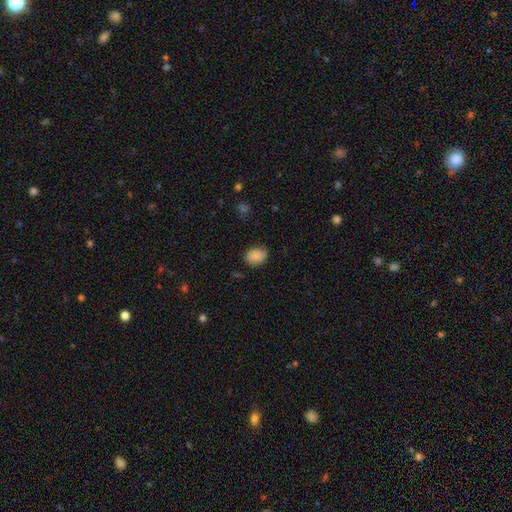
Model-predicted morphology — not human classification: A smooth galaxy with no disk features (85%) that is in between round and cigar-shaped (54%). Merging: none (72%).